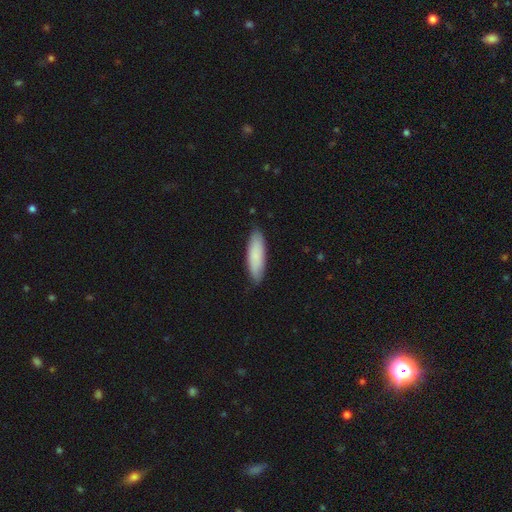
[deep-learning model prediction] smooth-or-featured: smooth: 85% | featured or disk: 10% | star or artifact: 5%
  how-rounded: cigar-shaped: 56% | in between: 43% | round: 1%
  merging: none: 85% | minor disturbance: 12% | major disturbance: 2% | merger: 1%